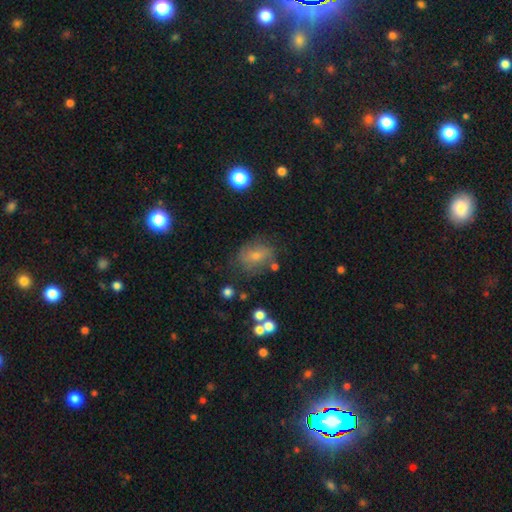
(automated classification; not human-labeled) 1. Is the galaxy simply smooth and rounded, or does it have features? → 54% smooth, 26% featured or disk, 20% star or artifact.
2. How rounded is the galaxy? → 62% in between, 36% round, 2% cigar-shaped.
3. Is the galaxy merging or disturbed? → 70% none, 19% minor disturbance, 7% major disturbance, 4% merger.